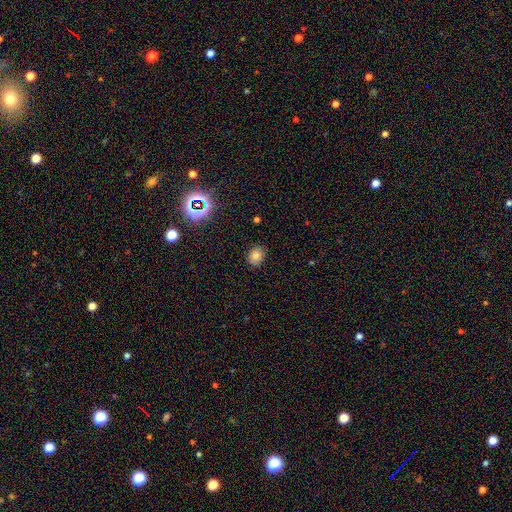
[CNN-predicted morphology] Smooth or featured? smooth (77%)
How rounded? in between (50%)
Merging? none (85%)